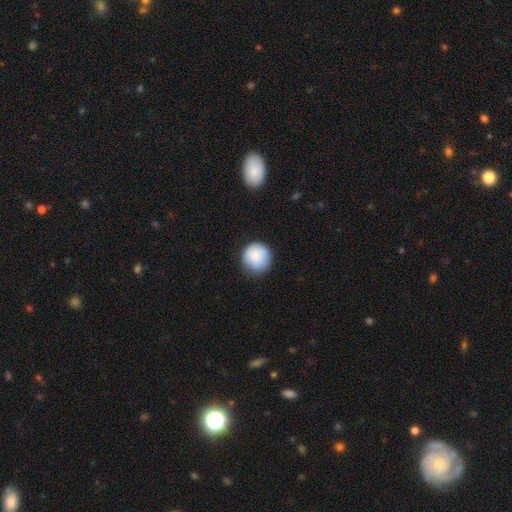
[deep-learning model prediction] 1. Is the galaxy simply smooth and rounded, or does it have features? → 87% smooth, 7% star or artifact, 6% featured or disk.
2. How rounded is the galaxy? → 93% round, 6% in between, 1% cigar-shaped.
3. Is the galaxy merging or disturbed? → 81% none, 14% minor disturbance, 3% major disturbance, 1% merger.